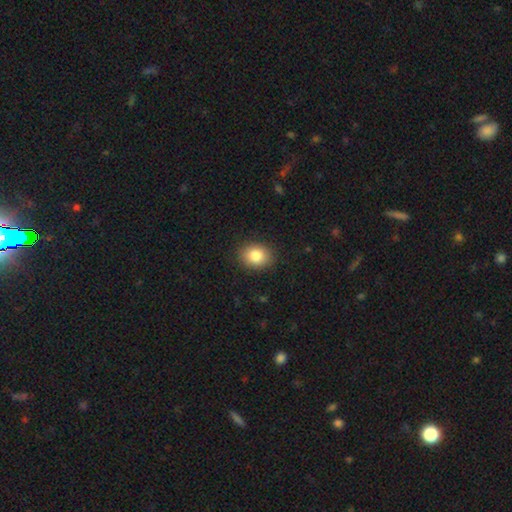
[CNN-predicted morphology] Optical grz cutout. It shows a smooth galaxy with no disk features (85%) that is in between round and cigar-shaped (54%). Merging: none (89%).